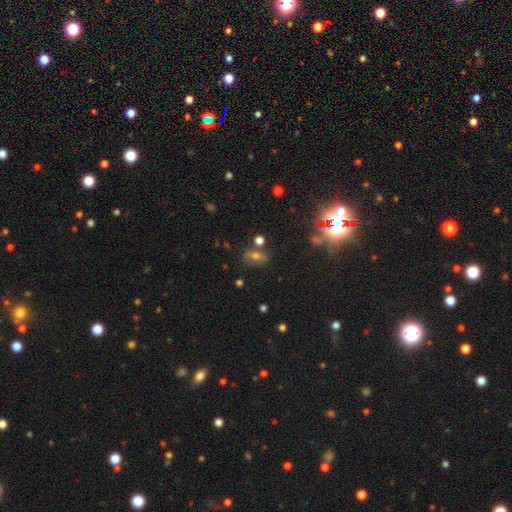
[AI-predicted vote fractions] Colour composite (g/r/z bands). It shows a star or artifact, not a galaxy (37%).